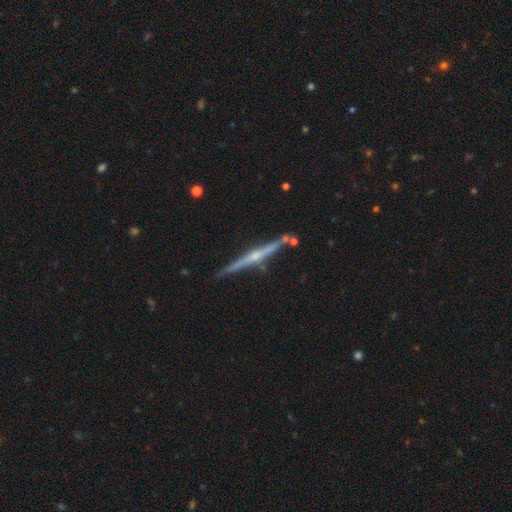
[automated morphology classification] smooth-or-featured: featured or disk: 81% | smooth: 14% | star or artifact: 6%
  disk-edge-on: yes: 98% | no: 2%
    edge-on-bulge: rounded: 75% | none: 19% | boxy: 6%
  merging: none: 85% | minor disturbance: 9% | merger: 4% | major disturbance: 2%